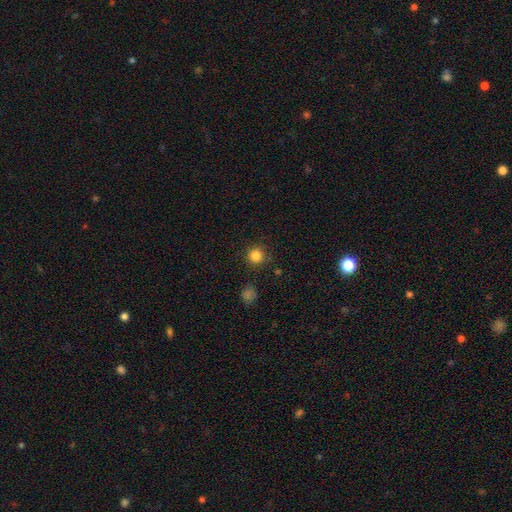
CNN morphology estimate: This is clearly a smooth galaxy (84%). How rounded: clearly round (94%). Merging: clearly none (87%).